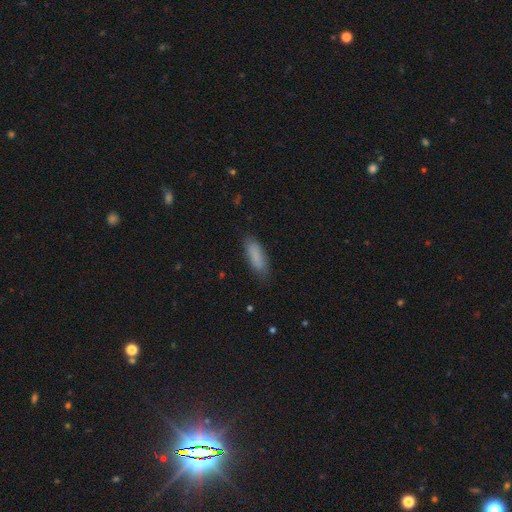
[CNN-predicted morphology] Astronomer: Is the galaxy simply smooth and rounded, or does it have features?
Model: smooth — 86%.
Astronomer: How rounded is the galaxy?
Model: in between — 58% (runner-up: cigar-shaped, 40%).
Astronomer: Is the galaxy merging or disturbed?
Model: none — 79%.